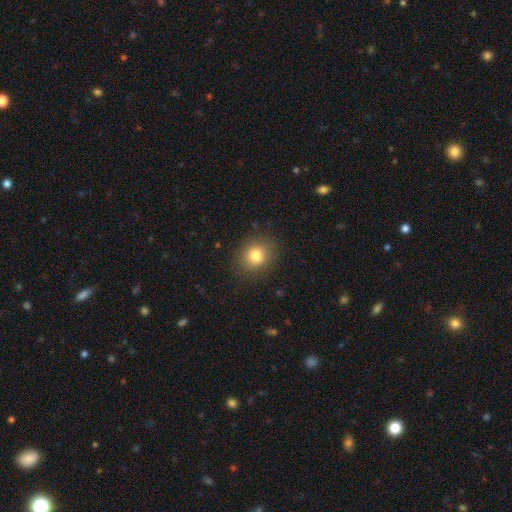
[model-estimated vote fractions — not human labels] Overall: smooth (81%). How rounded: round (70%). Merging: none (86%).